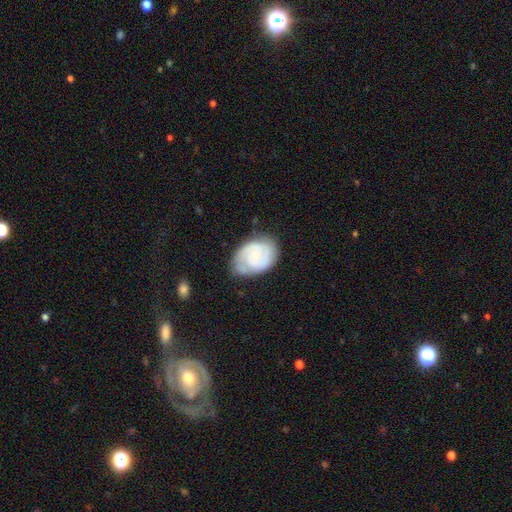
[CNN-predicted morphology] Smooth or featured: featured or disk — 71% (smooth — 23%)
Edge-on disk: no — 97% (yes — 3%)
Bar: no — 71% (weak — 25%)
Spiral arms: yes — 88% (no — 12%)
Spiral winding: tight — 56% (medium — 35%)
Spiral arm count: 2 — 61% (can't tell — 20%)
Bulge size: small — 65% (moderate — 30%)
Merging: none — 68% (minor disturbance — 23%)